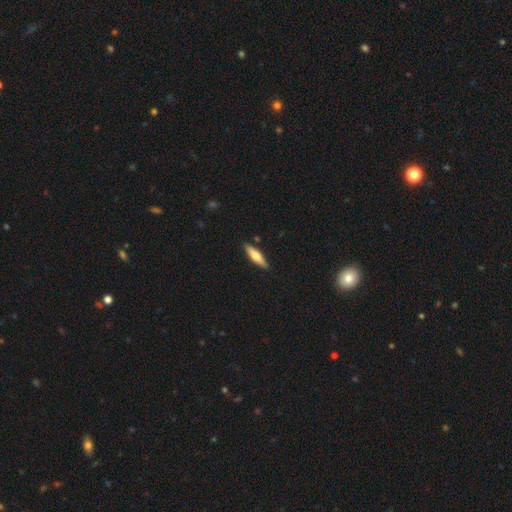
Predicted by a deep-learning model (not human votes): This is possibly a featured or disk galaxy (52%). It is clearly viewed edge-on (95%). Merging: clearly none (90%).